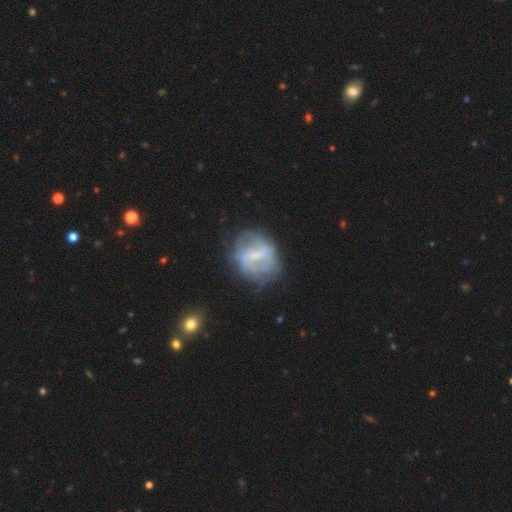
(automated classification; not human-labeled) This appears to be a featured or disk galaxy (65%) with a weak bar (47%), no spiral arms (52%) and a small central bulge (37%). Merging: none (59%).